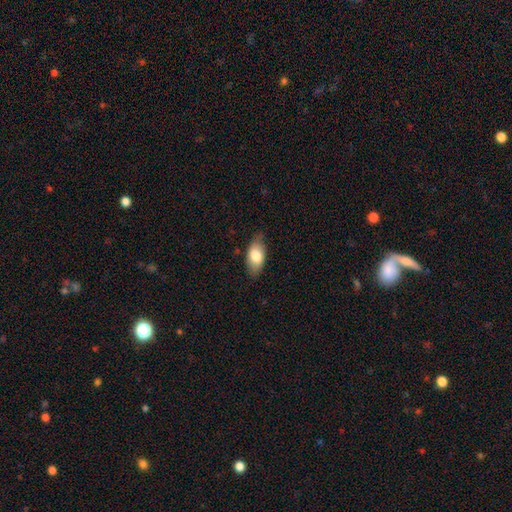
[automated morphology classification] This appears to be a smooth galaxy with no disk features (78%) that is in between round and cigar-shaped (91%). Merging: none (78%).